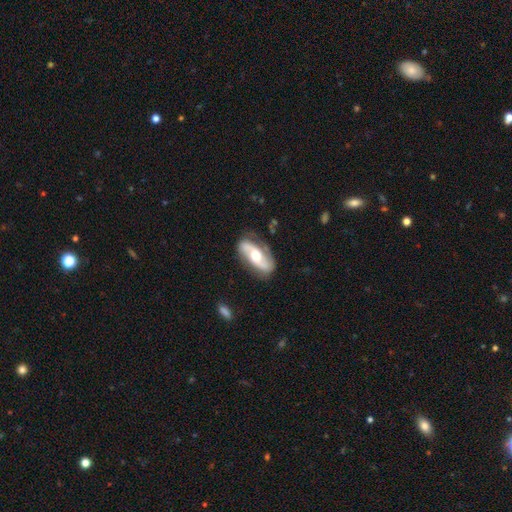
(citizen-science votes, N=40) featured or disk 68%, smooth 25%, star or artifact 8%. Down the decision tree: edge-on disk — no (78%); bar — no (57%); spiral arms — yes (76%); spiral arm count — 2 (94%); spiral winding — loose (56%); bulge size — moderate (86%); merging — none (51%).